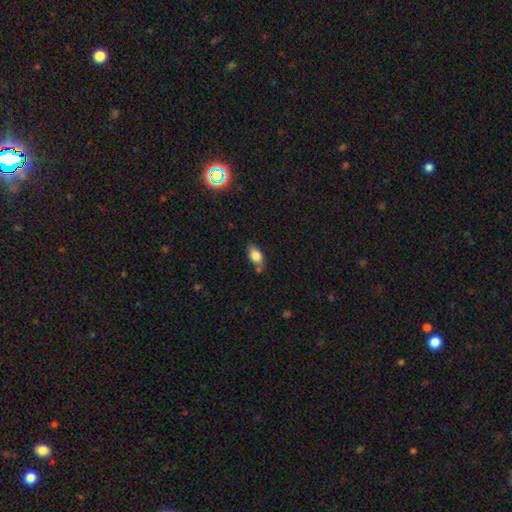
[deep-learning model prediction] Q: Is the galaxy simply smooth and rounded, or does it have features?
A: smooth — 82%.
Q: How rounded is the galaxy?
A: in between — 88%.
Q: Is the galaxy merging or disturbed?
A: none — 65%.